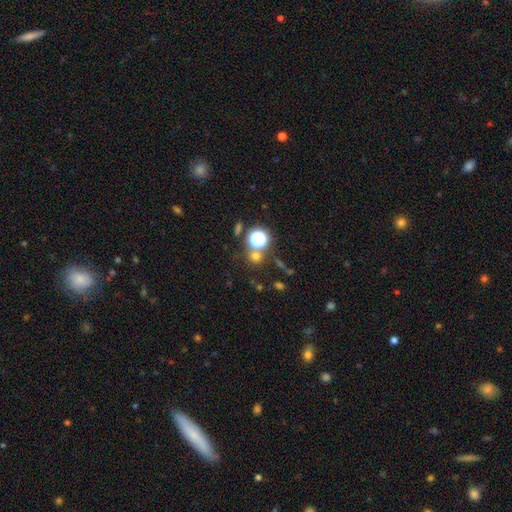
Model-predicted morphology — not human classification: This appears to be a smooth galaxy with no disk features (60%) that is round (89%). Merging: none (71%).